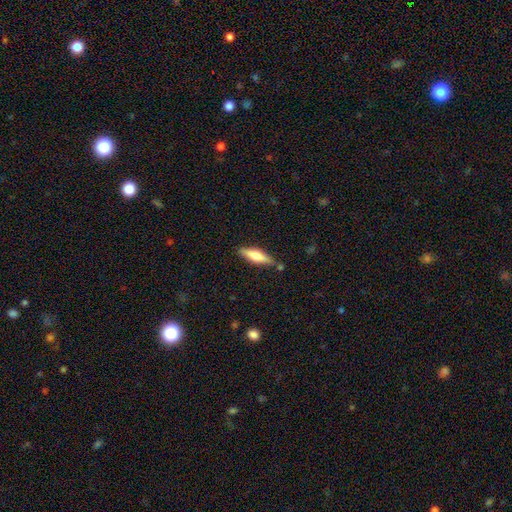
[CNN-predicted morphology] The model was most divided on "smooth or featured": smooth: 60%, featured or disk: 34%, star or artifact: 6%. More confident: merging — none (81%); how rounded — cigar-shaped (65%).